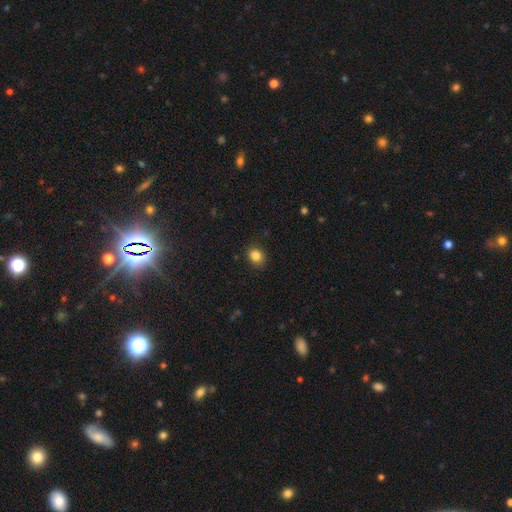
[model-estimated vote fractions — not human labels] Smooth or featured? smooth (84%)
How rounded? round (57%)
Merging? none (87%)